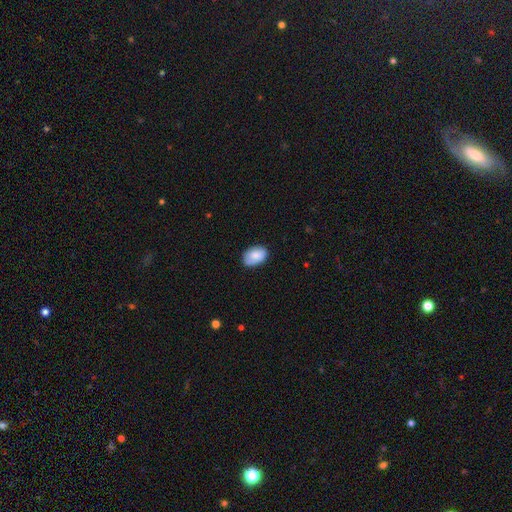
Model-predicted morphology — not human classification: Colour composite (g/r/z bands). It shows a smooth galaxy with no disk features (79%) that is in between round and cigar-shaped (86%). Merging: none (74%).